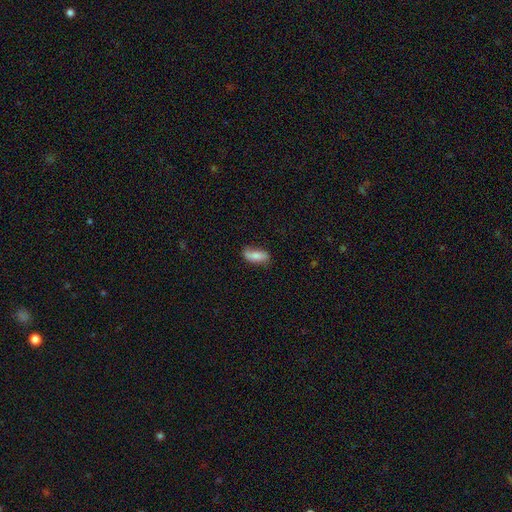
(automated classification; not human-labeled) This is likely a smooth galaxy (77%). How rounded: likely in between (76%). Merging: likely none (71%).